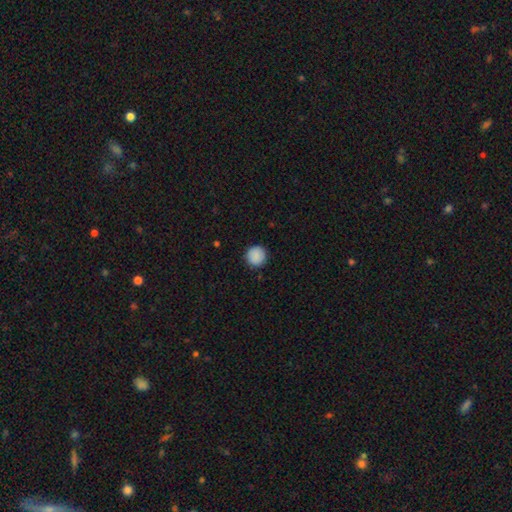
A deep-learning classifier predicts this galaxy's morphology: This is clearly a smooth galaxy (89%). How rounded: clearly round (95%). Merging: clearly none (91%).